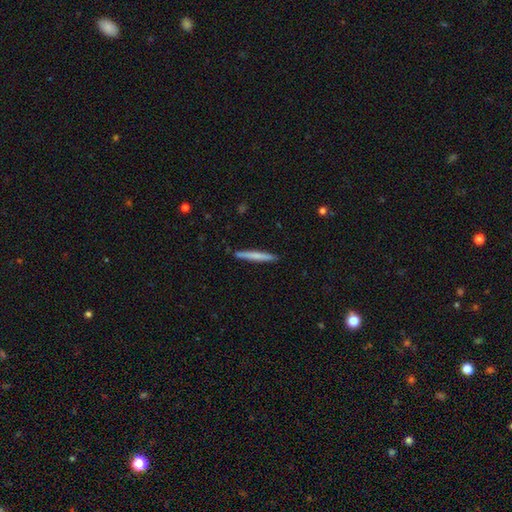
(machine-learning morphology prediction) type=smooth (66%); roundness=cigar-shaped (97%); merging=none (91%).